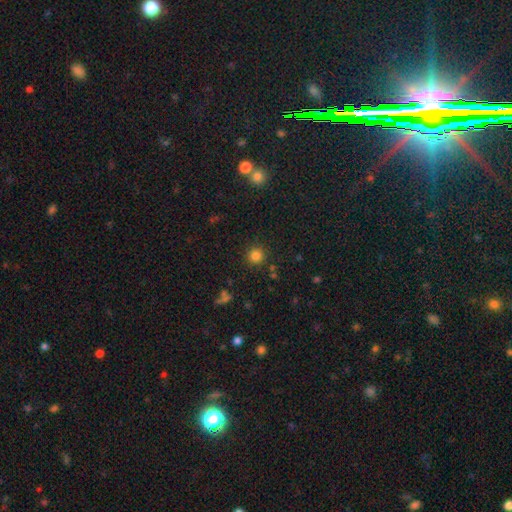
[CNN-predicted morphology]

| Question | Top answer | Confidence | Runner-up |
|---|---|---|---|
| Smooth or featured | smooth | 81% | star or artifact (14%) |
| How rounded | round | 94% | in between (5%) |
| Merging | none | 88% | minor disturbance (7%) |